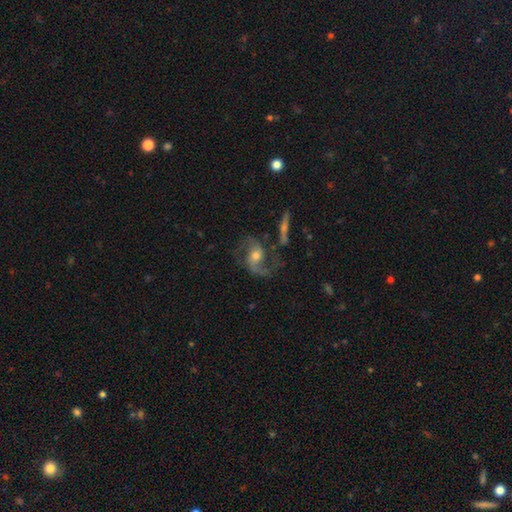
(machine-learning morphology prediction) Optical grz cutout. It shows a featured or disk galaxy (86%) with no bar (52%), 2 (89%) medium (45%) spiral arms (96%) and a moderate central bulge (60%). Merging: none (65%).